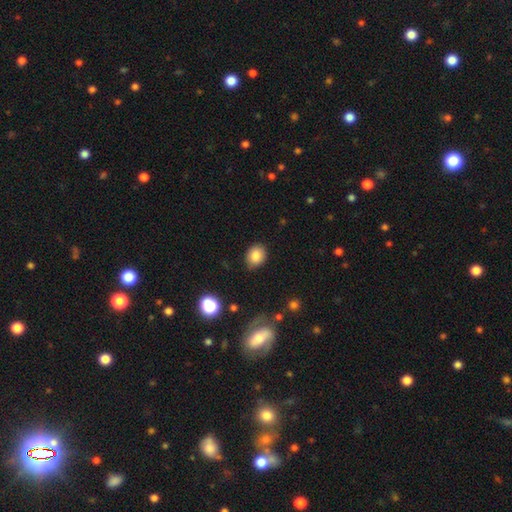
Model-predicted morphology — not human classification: smooth_or_featured: smooth (p=0.84) [alt: star or artifact p=0.10]
how_rounded: round (p=0.55) [alt: in between p=0.44]
merging: none (p=0.84) [alt: minor disturbance p=0.12]